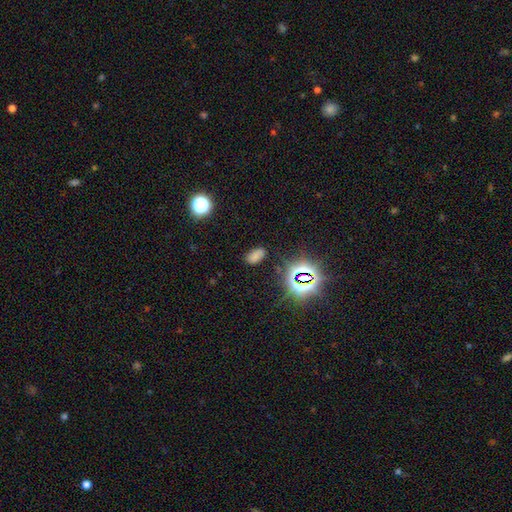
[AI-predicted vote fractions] Smooth or featured? smooth (62%)
How rounded? in between (92%)
Merging? none (79%)